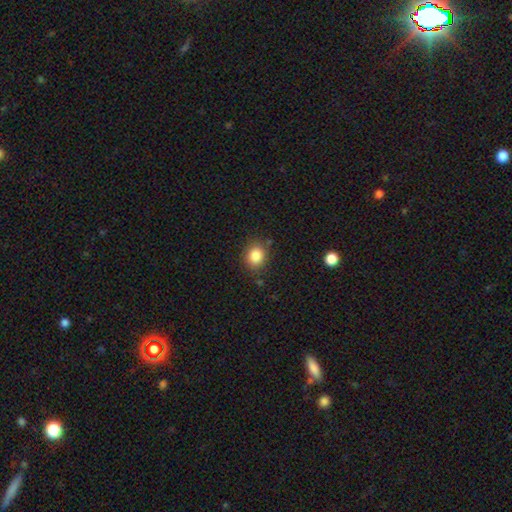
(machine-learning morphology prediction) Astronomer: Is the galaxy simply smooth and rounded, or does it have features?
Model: smooth — 85%.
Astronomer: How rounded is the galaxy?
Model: round — 63%.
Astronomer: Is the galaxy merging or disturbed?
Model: none — 82%.